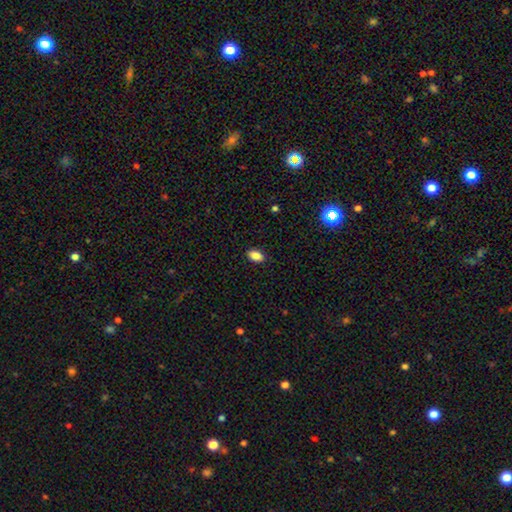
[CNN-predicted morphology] smooth_or_featured: smooth (p=0.87) [alt: star or artifact p=0.09]
how_rounded: in between (p=0.89) [alt: round p=0.09]
merging: none (p=0.89) [alt: minor disturbance p=0.08]